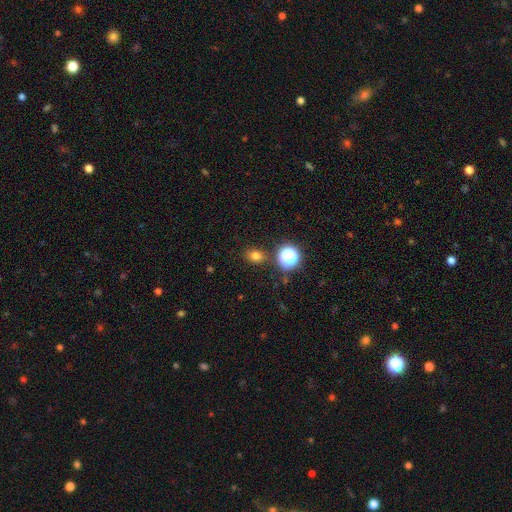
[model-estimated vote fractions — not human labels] Overall: smooth (75%). How rounded: round (51%; in between 47%). Merging: none (85%).